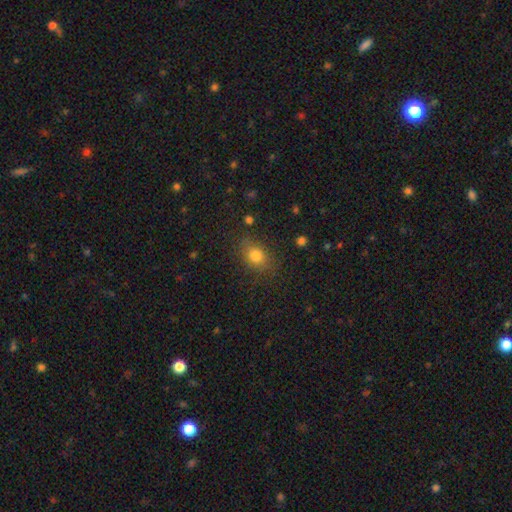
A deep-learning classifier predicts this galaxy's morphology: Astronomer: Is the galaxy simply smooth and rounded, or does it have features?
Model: smooth — 79%.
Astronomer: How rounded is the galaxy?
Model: in between — 57% (runner-up: round, 42%).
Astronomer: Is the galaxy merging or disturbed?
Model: none — 81%.